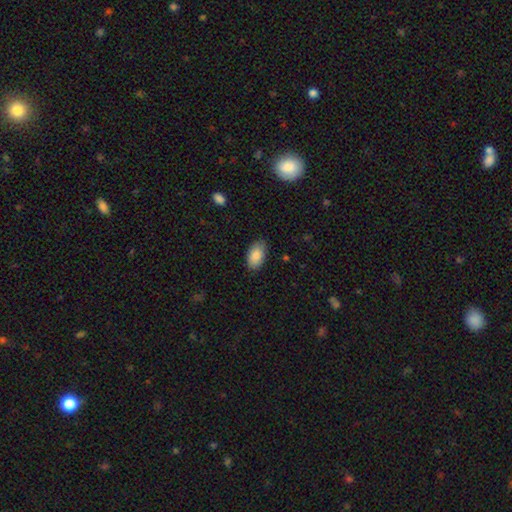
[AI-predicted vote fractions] Q: Smooth or featured?
A: smooth (88%); runner-up: star or artifact (7%)
Q: How rounded?
A: in between (94%); runner-up: round (4%)
Q: Merging?
A: none (82%); runner-up: minor disturbance (14%)